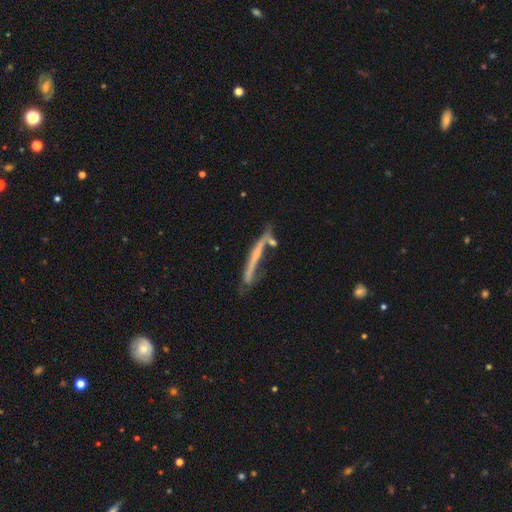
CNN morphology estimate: smooth-or-featured: featured or disk: 58% | smooth: 34% | star or artifact: 8%
  disk-edge-on: yes: 89% | no: 11%
    edge-on-bulge: none: 75% | rounded: 17% | boxy: 8%
  merging: none: 56% | minor disturbance: 21% | merger: 13% | major disturbance: 10%